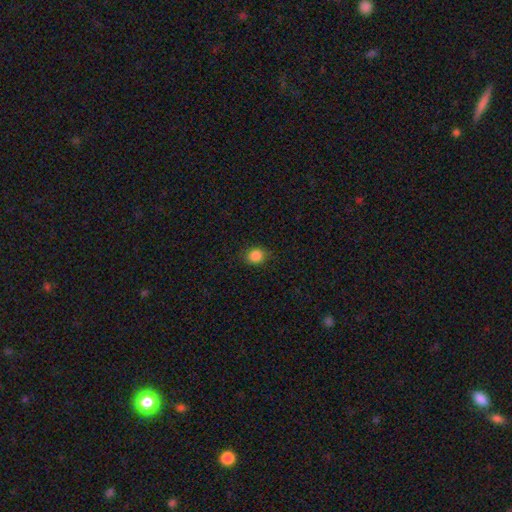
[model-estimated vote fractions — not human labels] Morphology: type=smooth (85%); roundness=round (67%); merging=none (85%).